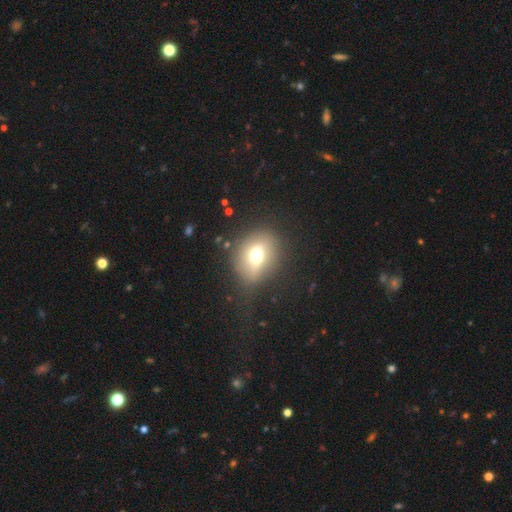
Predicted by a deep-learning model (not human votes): A smooth galaxy with no disk features (62%) that is round (62%). Merging: none (72%).